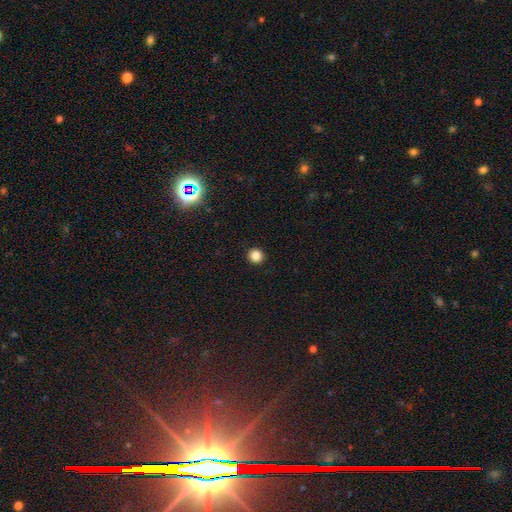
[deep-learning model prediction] The model was most divided on "smooth or featured": smooth: 85%, star or artifact: 11%, featured or disk: 4%. More confident: merging — none (93%); how rounded — round (90%).